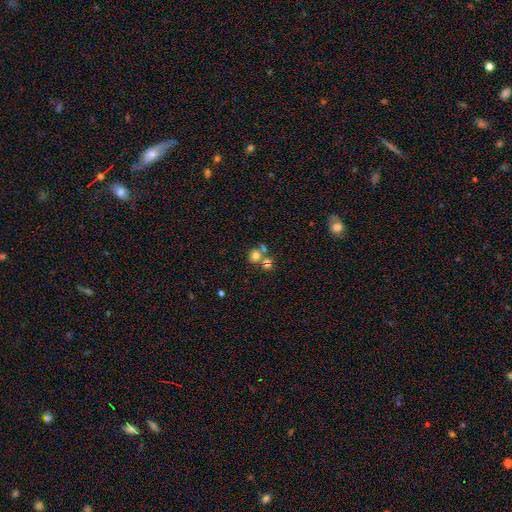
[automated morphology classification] This is likely a smooth galaxy (71%). How rounded: clearly round (87%). Merging: possibly none (49%).